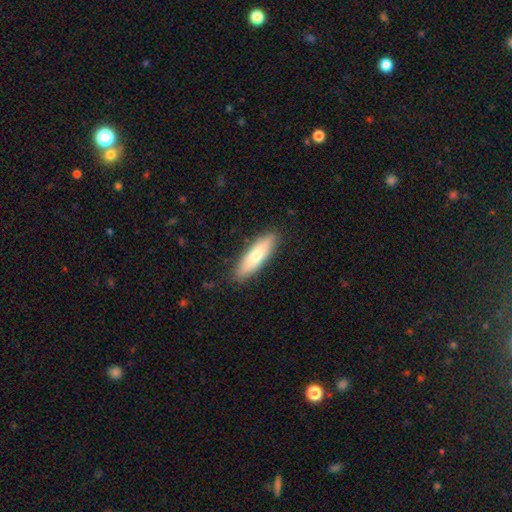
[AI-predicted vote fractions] smooth 70%, featured or disk 24%, star or artifact 6%. Down the decision tree: how rounded — cigar-shaped (63%); merging — none (89%).